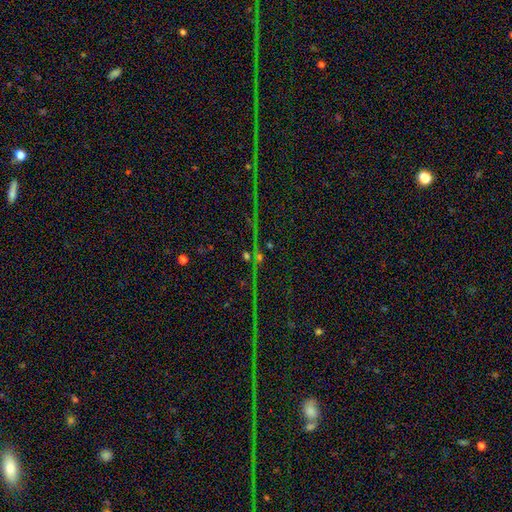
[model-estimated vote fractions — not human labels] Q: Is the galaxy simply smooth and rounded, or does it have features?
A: star or artifact — 82%.